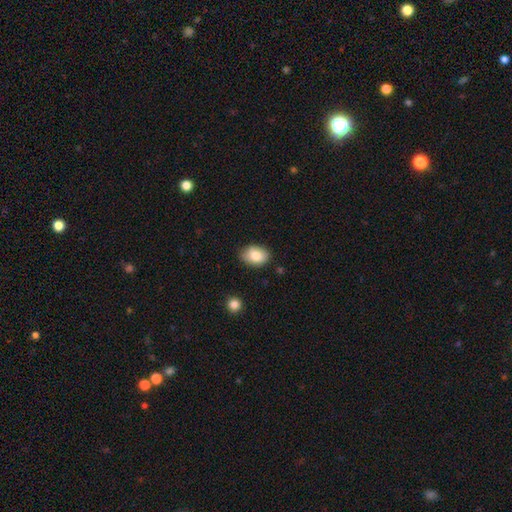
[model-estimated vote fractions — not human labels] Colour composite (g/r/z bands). It shows a smooth galaxy with no disk features (81%) that is in between round and cigar-shaped (78%). Merging: none (82%).